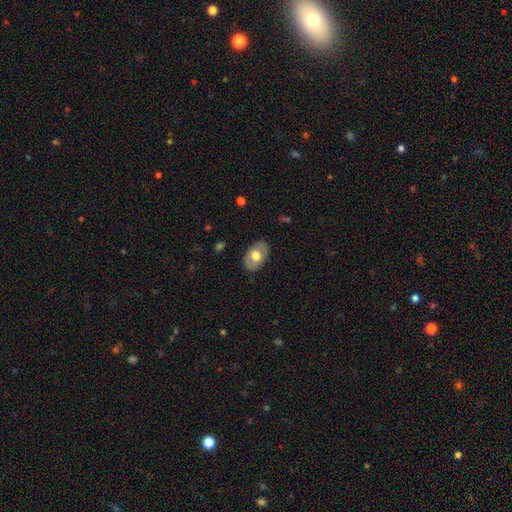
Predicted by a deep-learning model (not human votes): Smooth or featured? smooth (57%)
How rounded? in between (86%)
Merging? none (83%)